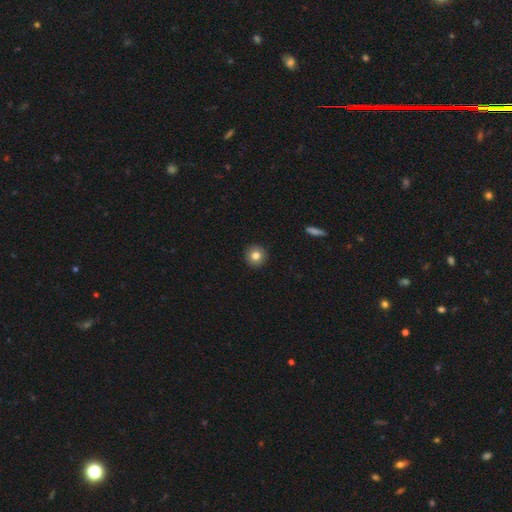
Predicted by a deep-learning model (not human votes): Morphology: type=smooth (80%); roundness=round (95%); merging=none (93%).